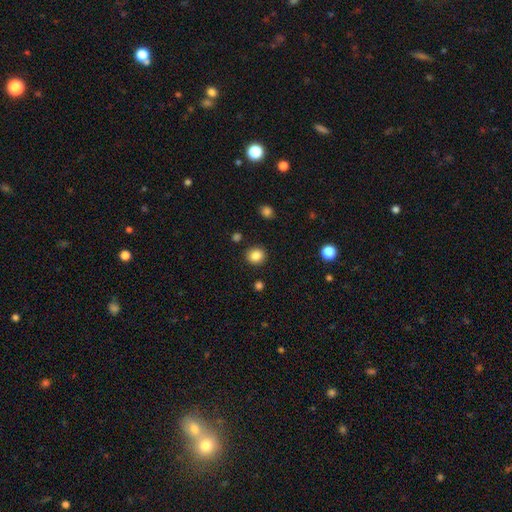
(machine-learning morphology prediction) This appears to be a smooth galaxy with no disk features (85%) that is round (81%). Merging: none (90%).